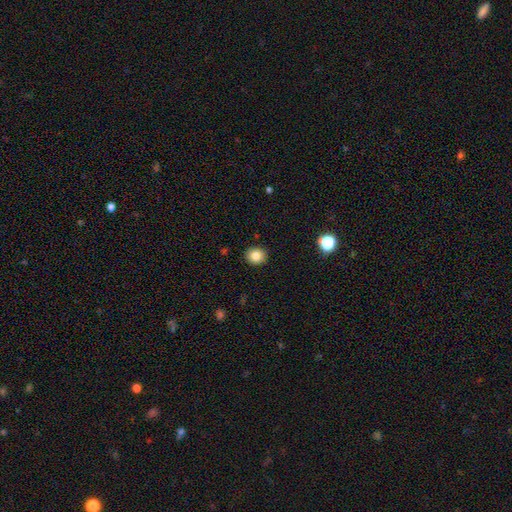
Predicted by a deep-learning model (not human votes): Smooth or featured: smooth — 83% (star or artifact — 11%)
How rounded: round — 80% (in between — 19%)
Merging: none — 91% (minor disturbance — 6%)